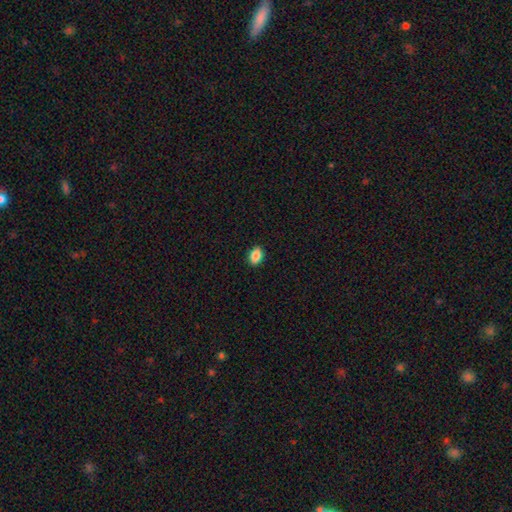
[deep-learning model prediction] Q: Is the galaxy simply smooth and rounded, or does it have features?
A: smooth — 87%.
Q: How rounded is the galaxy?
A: in between — 81%.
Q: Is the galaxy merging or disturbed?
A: none — 90%.